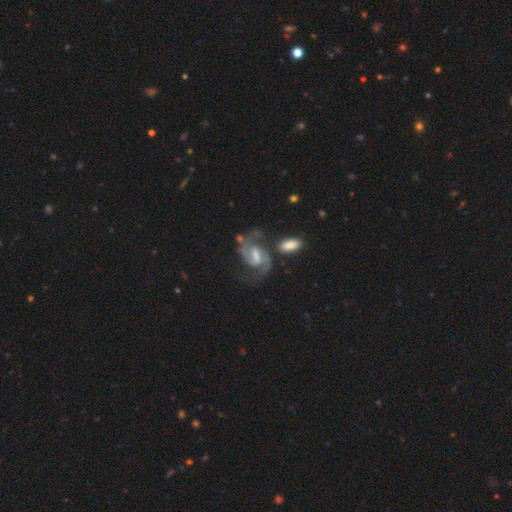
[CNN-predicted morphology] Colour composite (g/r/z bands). It shows a featured or disk galaxy (88%) with a weak bar (55%), 2 (92%) medium (59%) spiral arms (97%) and a moderate central bulge (35%, tied with small). Merging: none (60%).